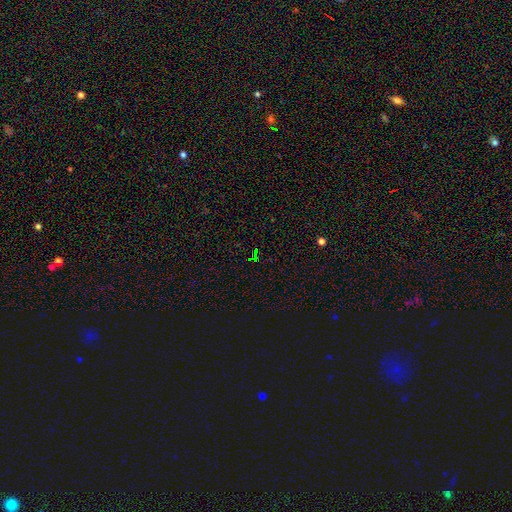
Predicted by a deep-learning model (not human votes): Smooth or featured? Predicted: star or artifact (p=0.76).